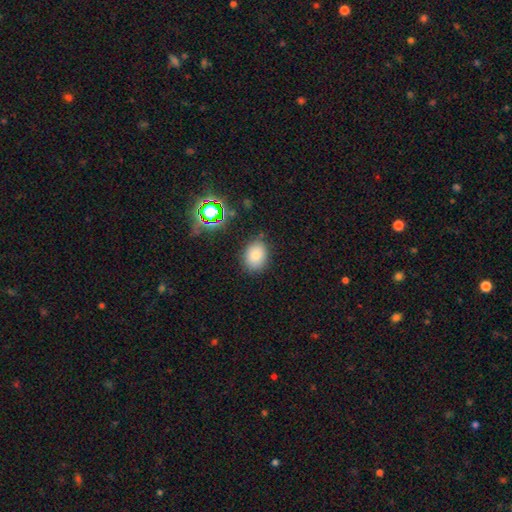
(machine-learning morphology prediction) The model was most divided on "how rounded": in between: 64%, round: 35%, cigar-shaped: 1%. More confident: merging — none (81%); smooth or featured — smooth (80%).